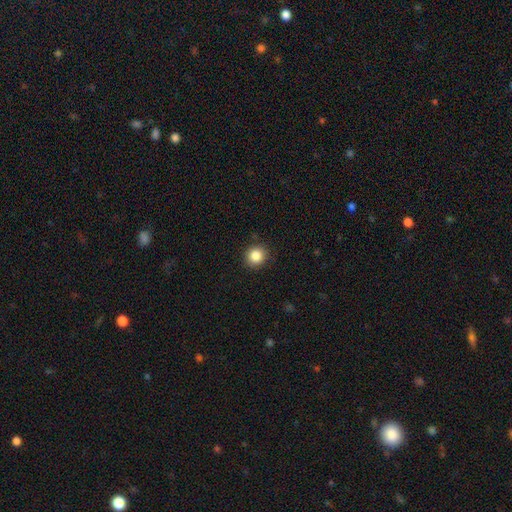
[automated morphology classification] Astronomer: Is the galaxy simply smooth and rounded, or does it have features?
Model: smooth — 85%.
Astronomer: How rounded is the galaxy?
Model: round — 91%.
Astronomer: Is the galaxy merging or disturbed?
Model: none — 90%.